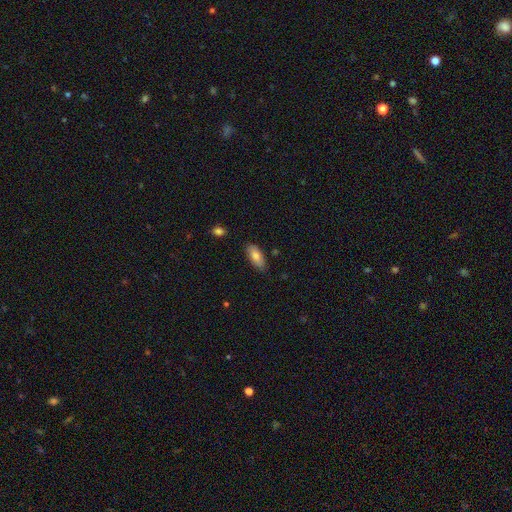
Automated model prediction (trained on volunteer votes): A smooth galaxy with no disk features (81%) that is in between round and cigar-shaped (86%). Merging: none (83%).